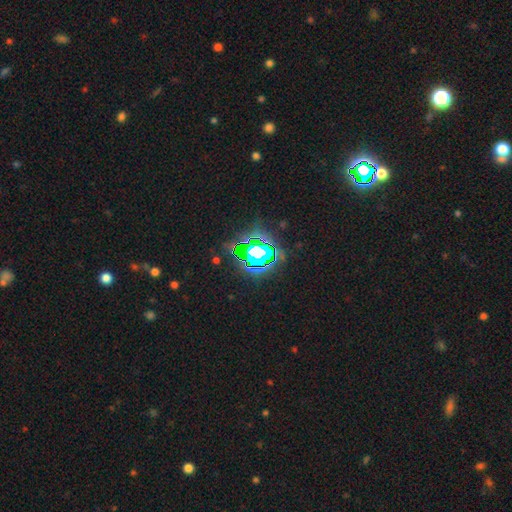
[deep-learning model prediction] star or artifact 83%, smooth 10%, featured or disk 7%.